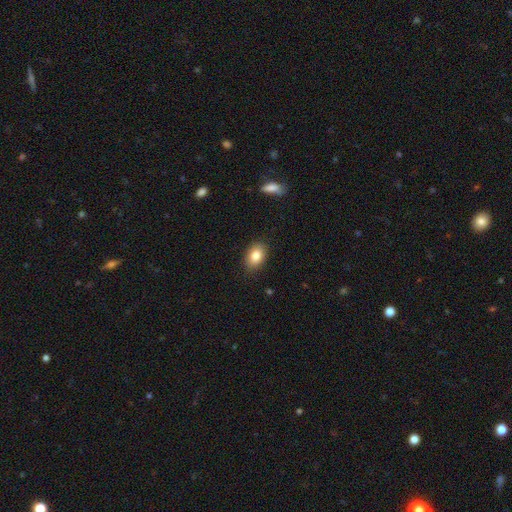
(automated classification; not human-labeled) Q: Smooth or featured?
A: smooth (84%); runner-up: star or artifact (8%)
Q: How rounded?
A: in between (81%); runner-up: round (18%)
Q: Merging?
A: none (86%); runner-up: minor disturbance (11%)